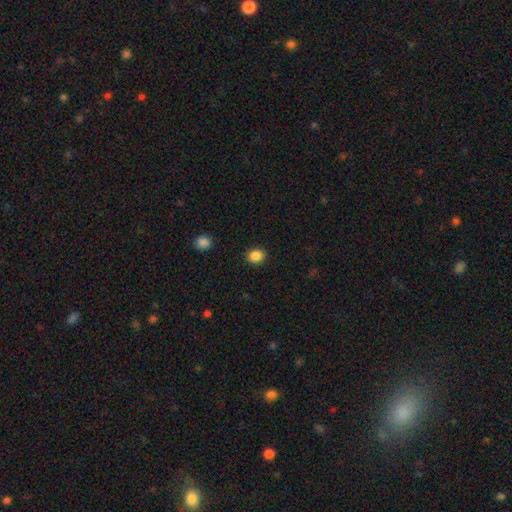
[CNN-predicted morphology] Overall: smooth (87%). How rounded: round (59%; in between 40%). Merging: none (90%).